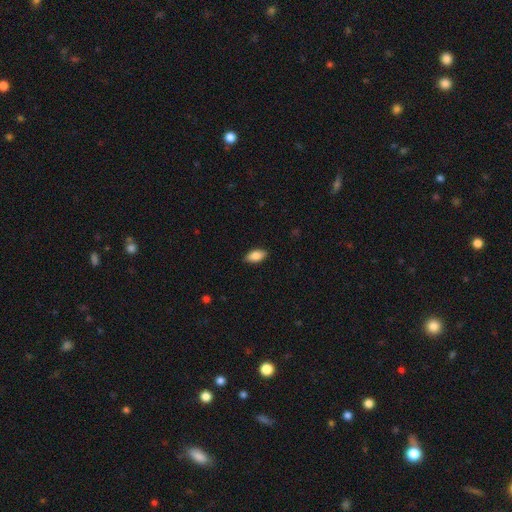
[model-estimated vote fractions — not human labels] A smooth galaxy with no disk features (85%) that is in between round and cigar-shaped (92%). Merging: none (88%).